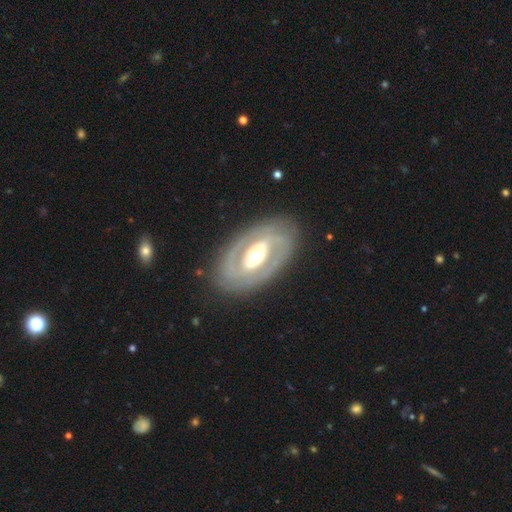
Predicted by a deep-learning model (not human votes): Overall: featured or disk (77%). Edge-on disk: no (93%). Bar: no (41%; strong 31%). Spiral arms: yes (57%; no 43%). Bulge size: moderate (63%; large 26%). Merging: none (81%).